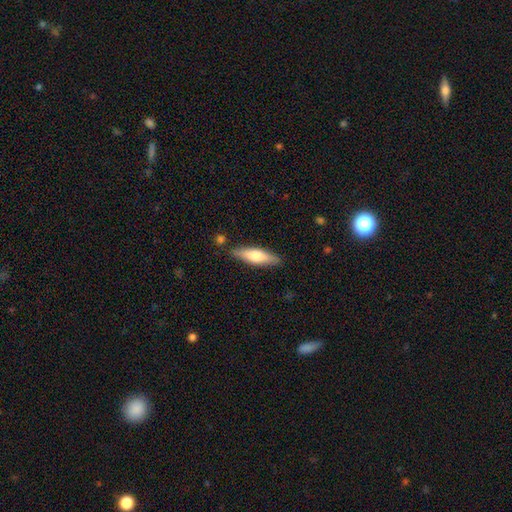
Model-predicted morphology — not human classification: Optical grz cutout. It shows a smooth galaxy with no disk features (59%) that is cigar-shaped (62%). Merging: none (84%).